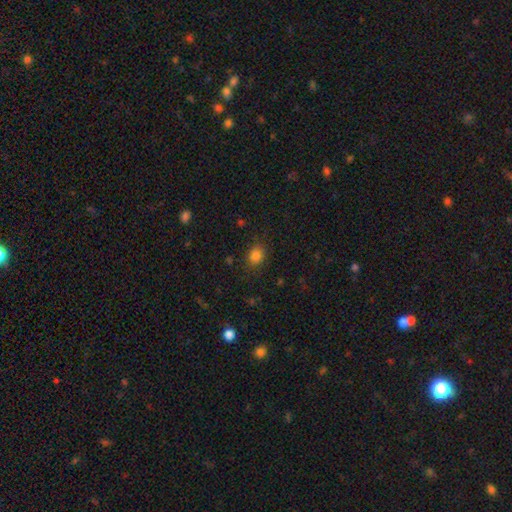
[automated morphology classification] smooth-or-featured: smooth: 83% | star or artifact: 12% | featured or disk: 5%
  how-rounded: round: 53% | in between: 46% | cigar-shaped: 1%
  merging: none: 83% | minor disturbance: 12% | major disturbance: 4% | merger: 1%